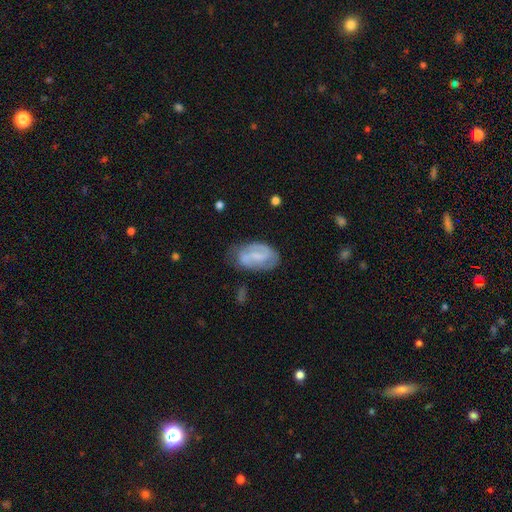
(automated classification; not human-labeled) Smooth or featured?
  - featured or disk: 68% *
  - smooth: 25%
  - star or artifact: 7%
Edge-on disk?
  - no: 97% *
  - yes: 3%
Bar?
  - weak: 49% *
  - strong: 28%
  - no: 22%
Spiral arms?
  - yes: 86% *
  - no: 14%
Spiral winding?
  - medium: 46% *
  - tight: 29%
  - loose: 25%
Spiral arm count?
  - 2: 80% *
  - can't tell: 12%
  - 1: 4%
  - 3: 2%
  - 4: 1%
  - more than 4: 1%
Bulge size?
  - small: 43% *
  - none: 34%
  - moderate: 20%
  - large: 2%
  - dominant: 1%
Merging?
  - none: 64% *
  - minor disturbance: 24%
  - major disturbance: 9%
  - merger: 3%